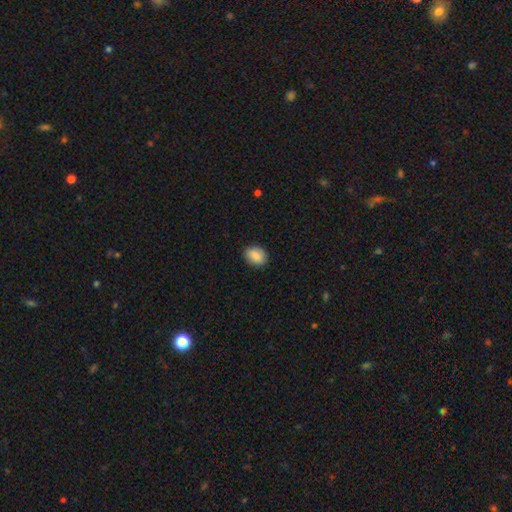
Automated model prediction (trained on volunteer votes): Smooth or featured? smooth (86%)
How rounded? in between (62%)
Merging? none (88%)